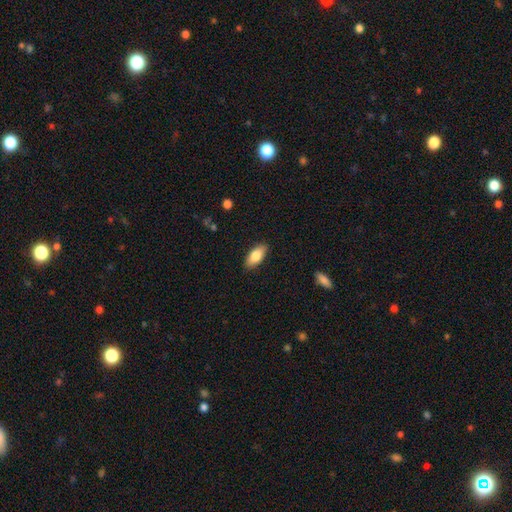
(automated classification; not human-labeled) smooth 82%, featured or disk 12%, star or artifact 6%. Down the decision tree: how rounded — in between (87%); merging — none (88%).